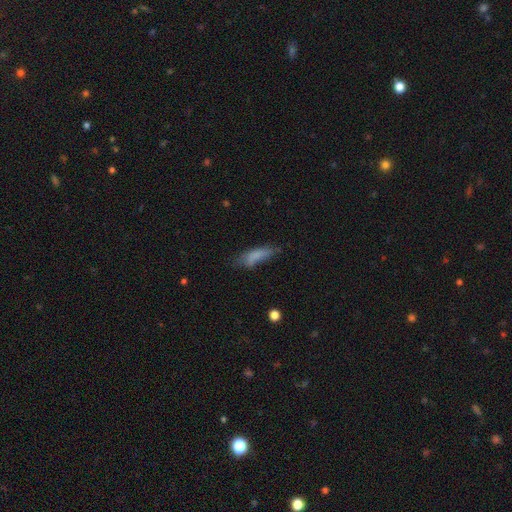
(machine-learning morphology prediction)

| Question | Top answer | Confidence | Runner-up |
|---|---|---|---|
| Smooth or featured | smooth | 76% | featured or disk (15%) |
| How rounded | cigar-shaped | 52% | in between (46%) |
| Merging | none | 49% | minor disturbance (33%) |